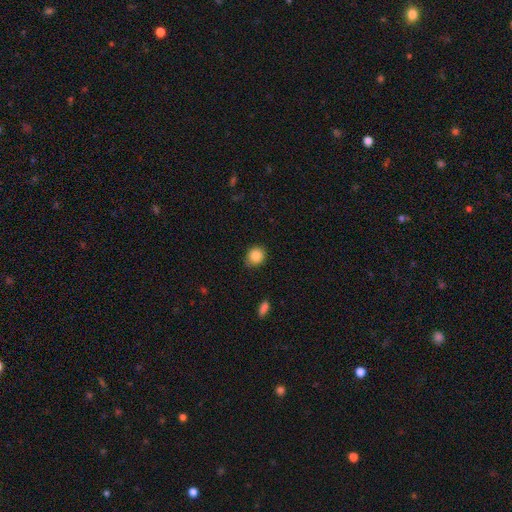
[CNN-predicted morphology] Smooth or featured?
  - smooth: 85% *
  - star or artifact: 9%
  - featured or disk: 6%
How rounded?
  - round: 80% *
  - in between: 19%
  - cigar-shaped: 1%
Merging?
  - none: 81% *
  - minor disturbance: 15%
  - major disturbance: 2%
  - merger: 1%